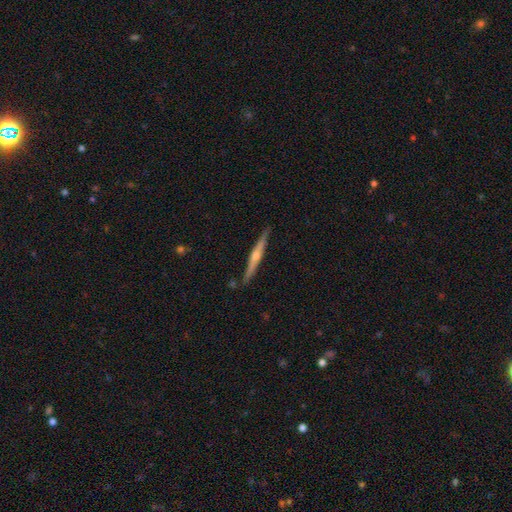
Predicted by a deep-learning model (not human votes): Smooth or featured: featured or disk — 78% (smooth — 16%)
Edge-on disk: yes — 98% (no — 2%)
Edge-on bulge: rounded — 85% (none — 10%)
Merging: none — 89% (minor disturbance — 8%)